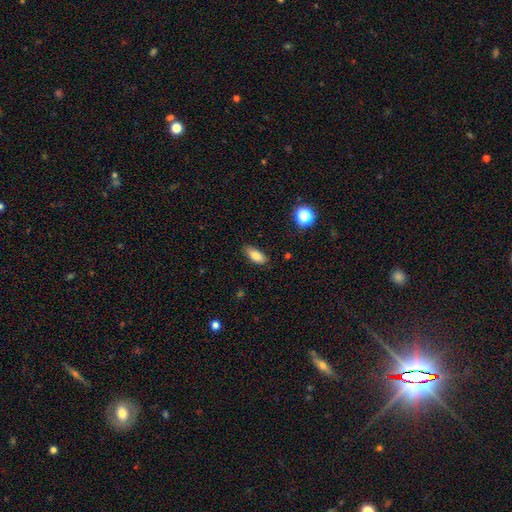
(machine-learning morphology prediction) type=smooth (83%); roundness=in between (83%); merging=none (84%).